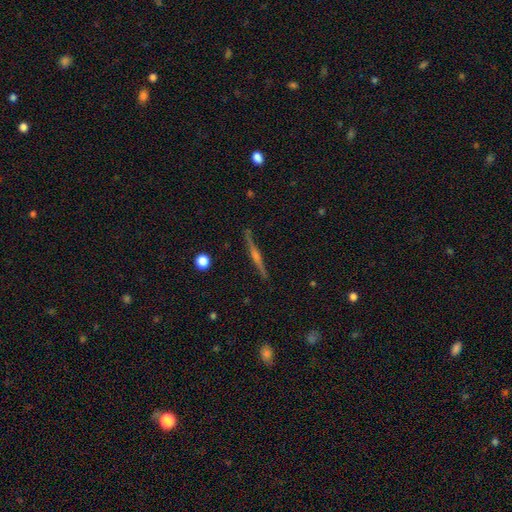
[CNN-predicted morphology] This is likely a featured or disk galaxy (78%). It is clearly viewed edge-on (98%). Edge-on bulge: likely rounded (75%). Merging: clearly none (90%).